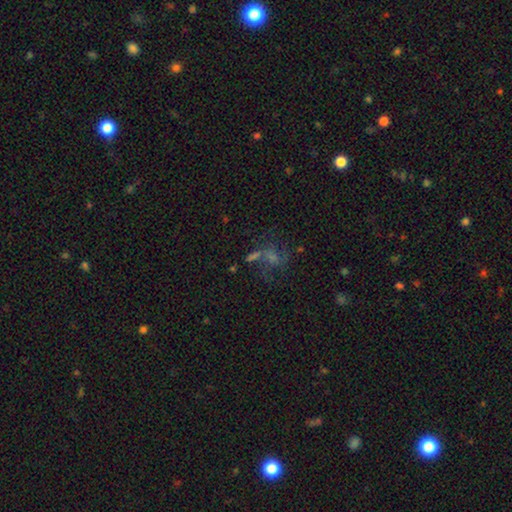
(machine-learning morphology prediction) type=featured or disk (39%); merging=none (42%).